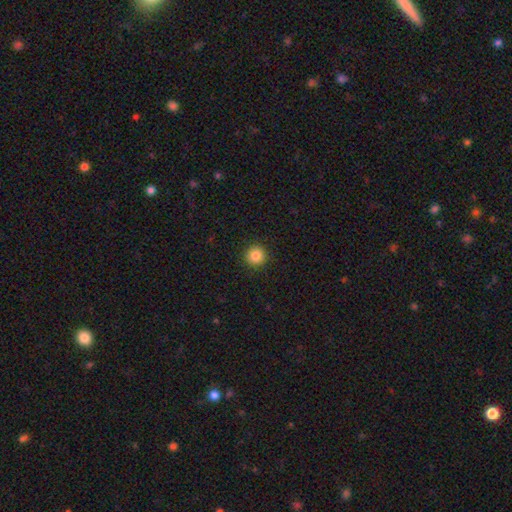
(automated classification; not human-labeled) smooth 85%, star or artifact 11%, featured or disk 4%. Down the decision tree: how rounded — round (95%); merging — none (93%).